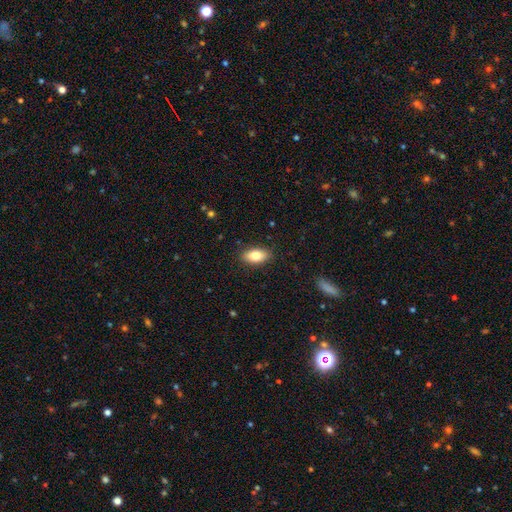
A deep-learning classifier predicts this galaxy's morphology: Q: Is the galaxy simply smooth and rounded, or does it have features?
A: smooth — 81%.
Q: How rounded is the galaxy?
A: in between — 91%.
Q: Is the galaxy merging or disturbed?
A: none — 88%.